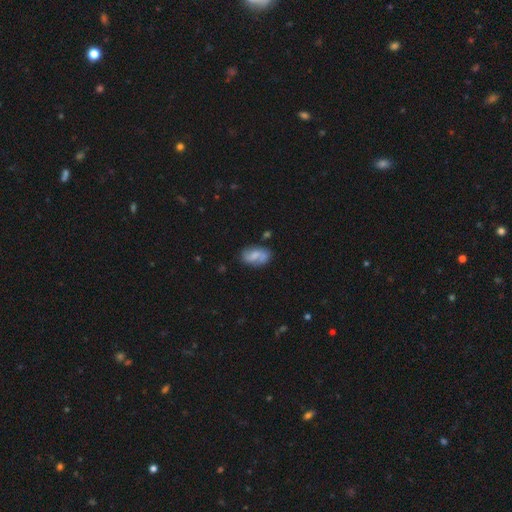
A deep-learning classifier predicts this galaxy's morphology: This is possibly a featured or disk galaxy (46%). Merging: possibly none (59%).